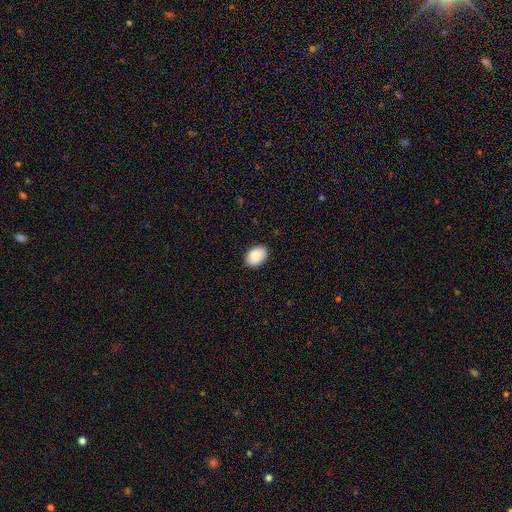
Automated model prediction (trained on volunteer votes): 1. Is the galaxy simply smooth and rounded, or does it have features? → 86% smooth, 7% featured or disk, 7% star or artifact.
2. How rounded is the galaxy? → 81% in between, 18% round, 1% cigar-shaped.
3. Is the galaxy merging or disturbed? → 89% none, 9% minor disturbance, 2% major disturbance, 1% merger.